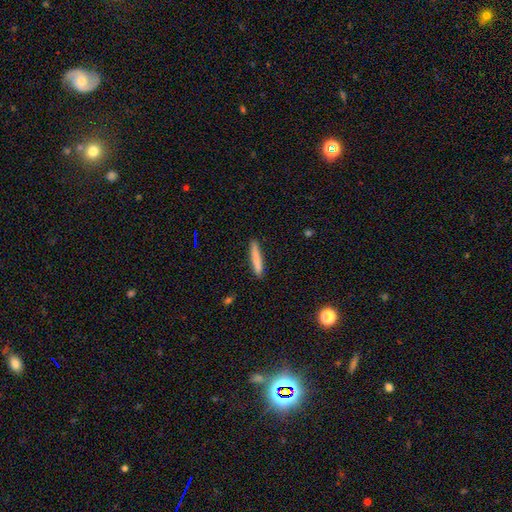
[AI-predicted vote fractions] The model was most divided on "smooth or featured": smooth: 78%, featured or disk: 15%, star or artifact: 7%. More confident: how rounded — cigar-shaped (95%); merging — none (90%).